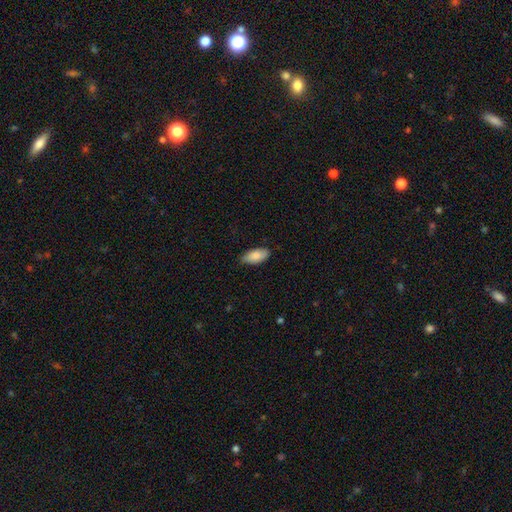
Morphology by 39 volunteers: Smooth or featured? smooth (87%)
How rounded? in between (85%)
Merging? none (78%)